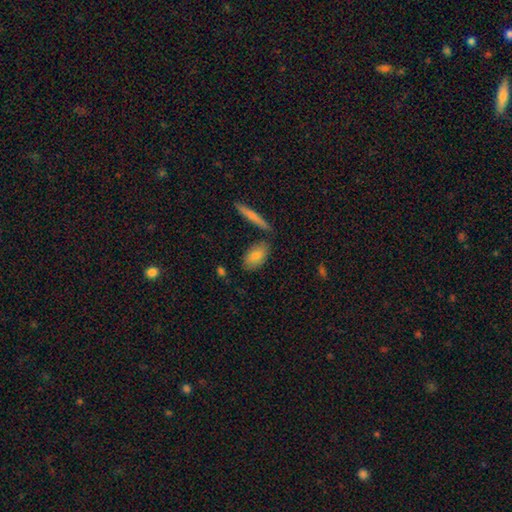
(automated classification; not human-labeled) Overall: smooth (76%). How rounded: in between (87%). Merging: none (74%).